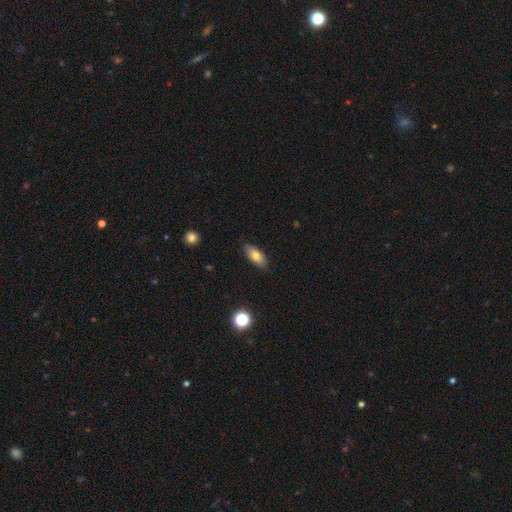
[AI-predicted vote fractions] Morphology: type=smooth (77%); roundness=in between (82%); merging=none (86%).